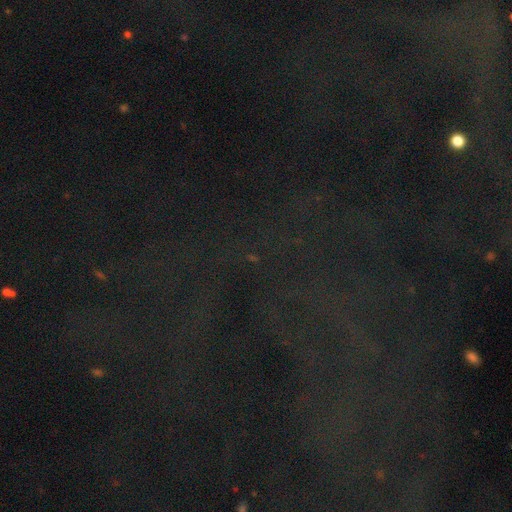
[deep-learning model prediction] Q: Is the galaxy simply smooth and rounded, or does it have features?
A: star or artifact — 79%.